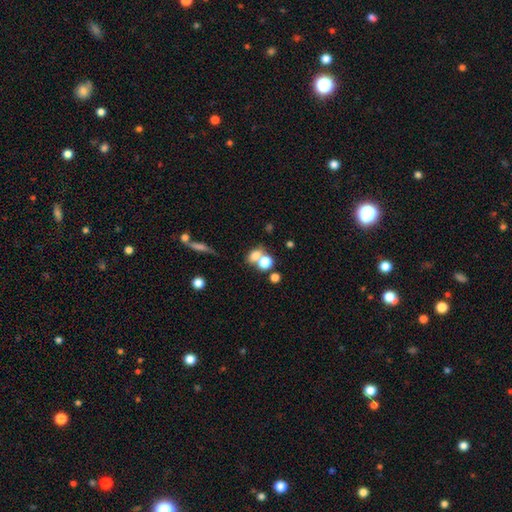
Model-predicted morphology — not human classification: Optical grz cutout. It shows a smooth galaxy with no disk features (73%) that is in between round and cigar-shaped (54%). Merging: merger (46%).